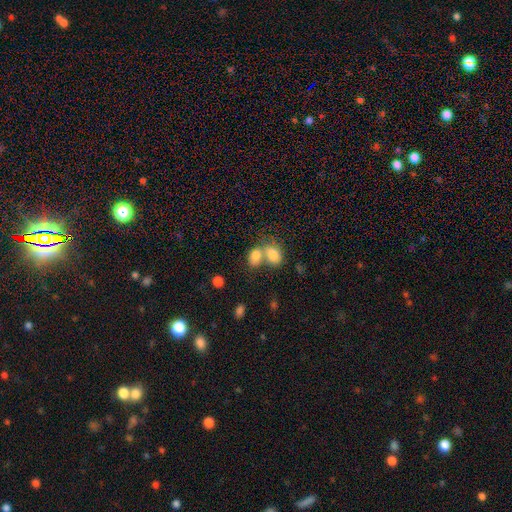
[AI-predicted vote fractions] Smooth or featured?
  - smooth: 80% *
  - featured or disk: 11%
  - star or artifact: 9%
How rounded?
  - in between: 77% *
  - round: 21%
  - cigar-shaped: 1%
Merging?
  - merger: 64% *
  - none: 24%
  - minor disturbance: 7%
  - major disturbance: 4%